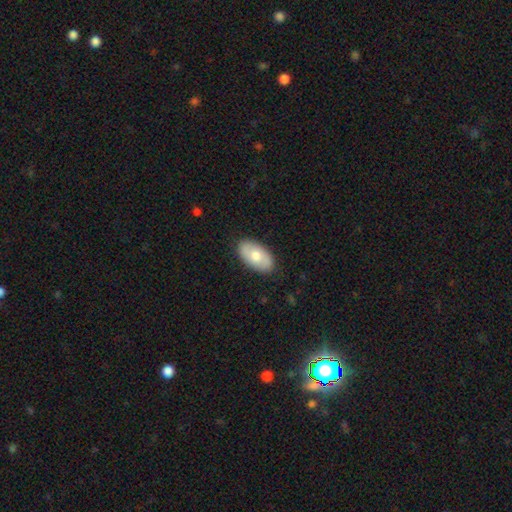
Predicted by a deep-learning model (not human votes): A smooth galaxy with no disk features (69%) that is in between round and cigar-shaped (95%).

Vote fractions:
- Smooth or featured? smooth: 69% / featured or disk: 26% / star or artifact: 6%
- How rounded? in between: 95% / round: 4% / cigar-shaped: 2%
- Merging? none: 86% / minor disturbance: 11% / major disturbance: 2% / merger: 1%